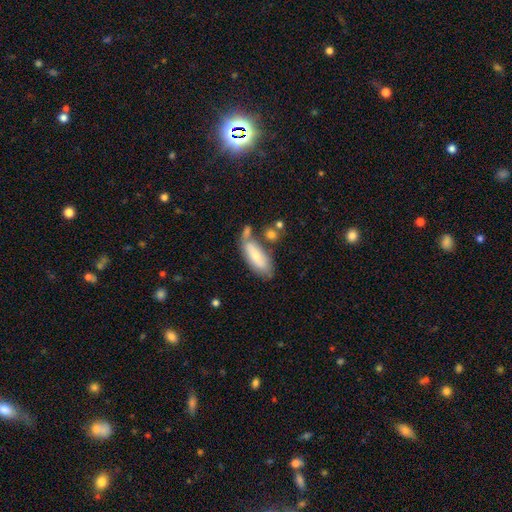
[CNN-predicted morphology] A smooth galaxy with no disk features (68%) that is in between round and cigar-shaped (71%). Merging: none (51%).